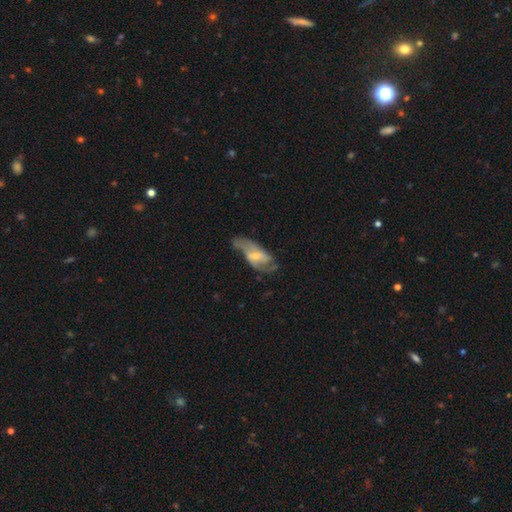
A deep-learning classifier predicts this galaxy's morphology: The model was most divided on "spiral winding": medium: 43%, loose: 40%, tight: 17%. Remaining: edge-on disk — no (93%); spiral arms — yes (87%); spiral arm count — 2 (77%); smooth or featured — featured or disk (74%); bulge size — small (58%); merging — none (53%); bar — weak (44%).